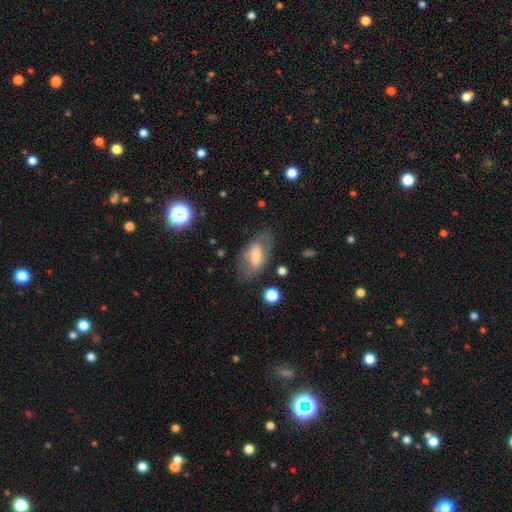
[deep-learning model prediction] This appears to be a featured or disk galaxy (48%). Merging: none (68%).